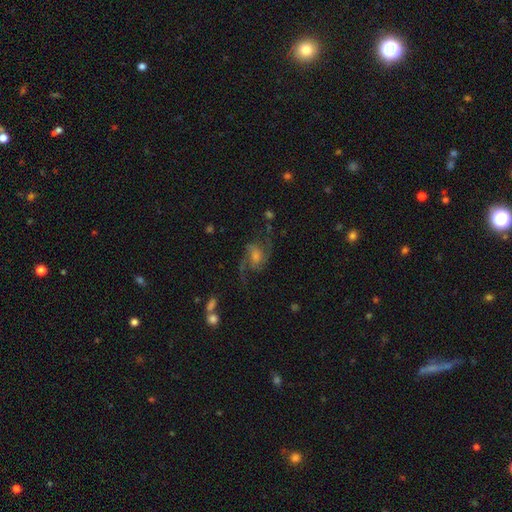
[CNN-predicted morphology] Smooth or featured?
  - featured or disk: 84% *
  - star or artifact: 8%
  - smooth: 7%
Edge-on disk?
  - no: 98% *
  - yes: 2%
Bar?
  - weak: 45% * (tied)
  - no: 45% * (tied)
  - strong: 10%
Spiral arms?
  - yes: 97% *
  - no: 3%
Spiral winding?
  - medium: 48% *
  - loose: 42%
  - tight: 10%
Spiral arm count?
  - 2: 86% *
  - 3: 5%
  - can't tell: 4%
  - 1: 2%
  - 4: 2%
  - more than 4: 2%
Bulge size?
  - moderate: 45% *
  - small: 33%
  - large: 11%
  - none: 9%
  - dominant: 2%
Merging?
  - none: 70% *
  - minor disturbance: 15%
  - major disturbance: 12%
  - merger: 3%